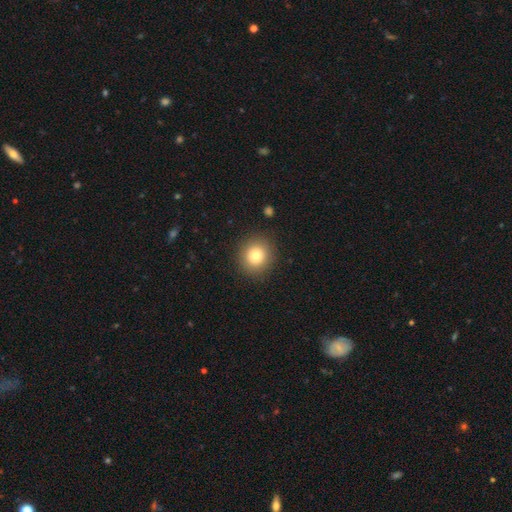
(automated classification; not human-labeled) smooth_or_featured: smooth (p=0.80) [alt: star or artifact p=0.11]
how_rounded: round (p=0.87) [alt: in between p=0.12]
merging: none (p=0.89) [alt: minor disturbance p=0.07]